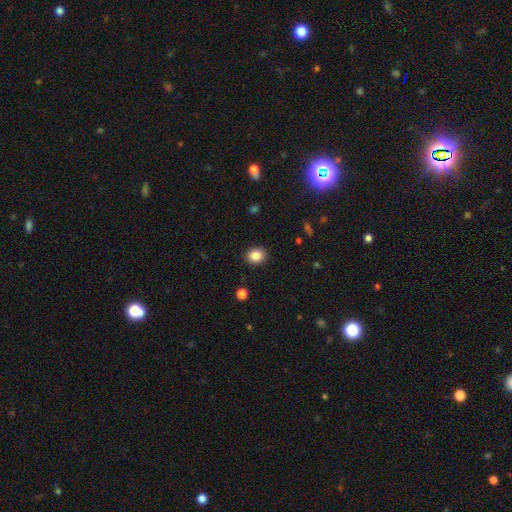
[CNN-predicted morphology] type=smooth (85%); roundness=round (62%); merging=none (90%).